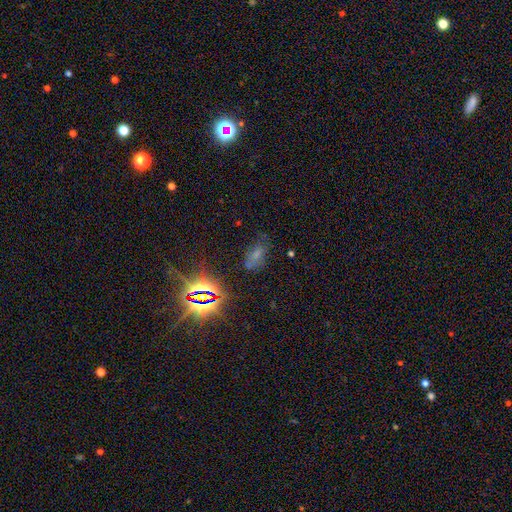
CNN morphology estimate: The model was most divided on "smooth or featured": smooth: 46%, star or artifact: 38%, featured or disk: 16%. More confident: merging — none (56%).